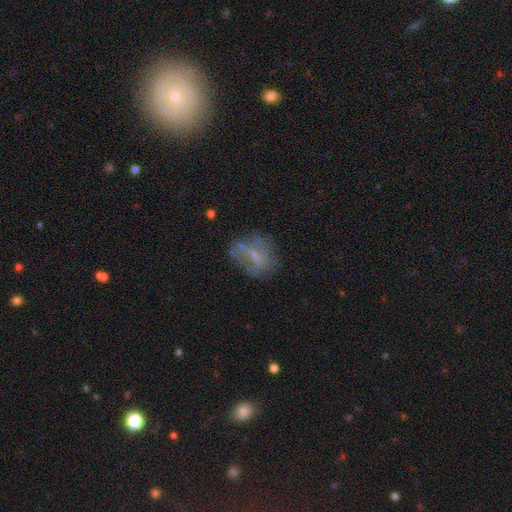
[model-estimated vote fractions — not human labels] This is marginally a featured or disk galaxy (45%). Merging: possibly none (53%).